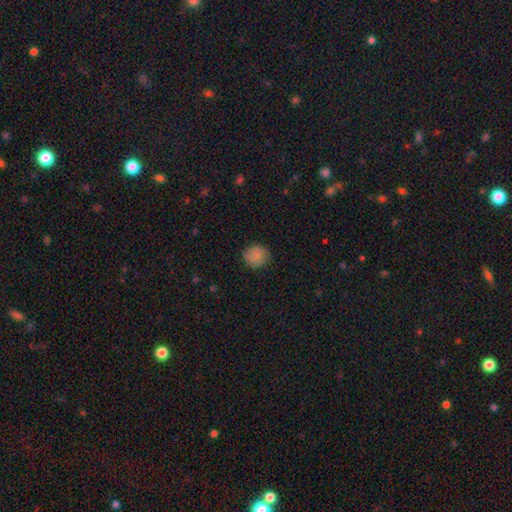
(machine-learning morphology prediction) smooth 86%, star or artifact 9%, featured or disk 5%. Down the decision tree: how rounded — round (88%); merging — none (84%).